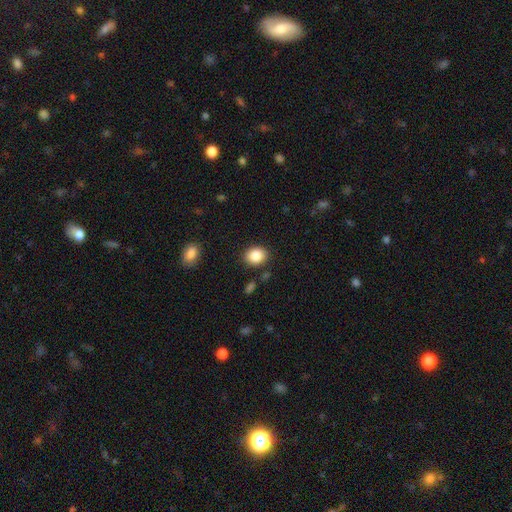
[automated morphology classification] Q: Smooth or featured?
A: smooth (86%); runner-up: star or artifact (8%)
Q: How rounded?
A: round (55%); runner-up: in between (44%)
Q: Merging?
A: none (87%); runner-up: minor disturbance (8%)